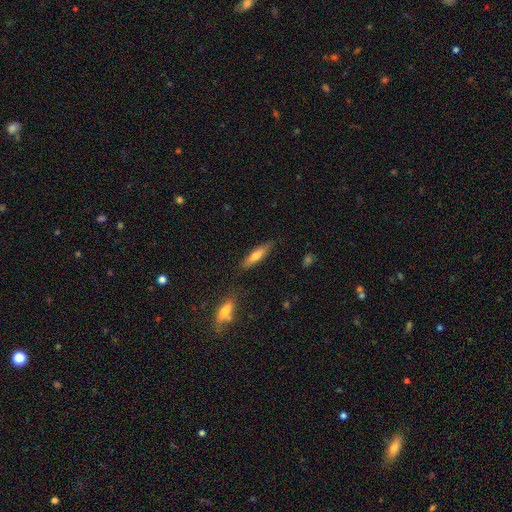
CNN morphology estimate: Overall: smooth (65%; featured or disk 28%). How rounded: cigar-shaped (71%). Merging: none (82%).